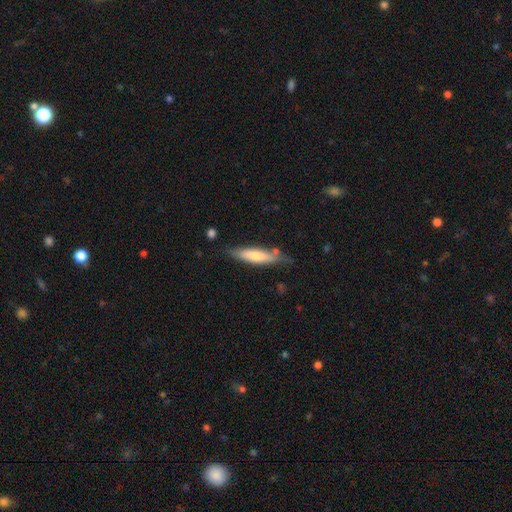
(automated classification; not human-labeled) smooth-or-featured: smooth: 65% | featured or disk: 29% | star or artifact: 6%
  how-rounded: cigar-shaped: 75% | in between: 23% | round: 1%
  merging: none: 70% | minor disturbance: 20% | merger: 6% | major disturbance: 4%